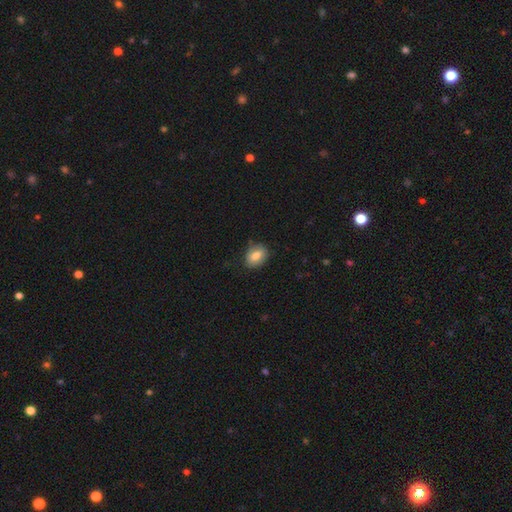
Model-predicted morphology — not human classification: Q: Smooth or featured?
A: smooth (78%); runner-up: featured or disk (14%)
Q: How rounded?
A: in between (74%); runner-up: round (25%)
Q: Merging?
A: none (79%); runner-up: minor disturbance (17%)